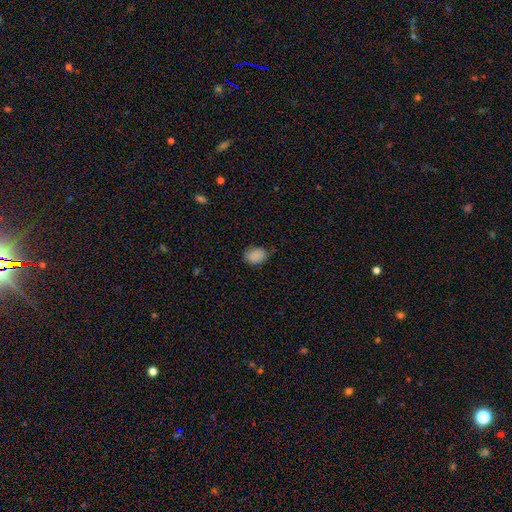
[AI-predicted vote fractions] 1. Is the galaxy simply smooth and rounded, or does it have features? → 87% smooth, 9% star or artifact, 4% featured or disk.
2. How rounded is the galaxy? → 67% in between, 32% round, 1% cigar-shaped.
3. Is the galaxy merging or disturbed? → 73% none, 22% minor disturbance, 4% major disturbance, 1% merger.